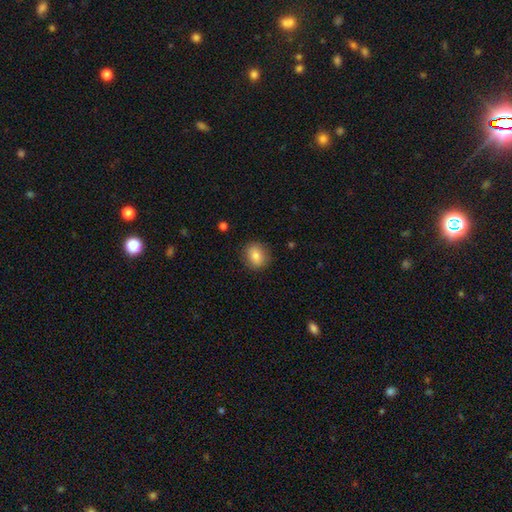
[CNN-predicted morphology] Smooth or featured?
  - smooth: 82% *
  - featured or disk: 9%
  - star or artifact: 9%
How rounded?
  - round: 71% *
  - in between: 28%
  - cigar-shaped: 1%
Merging?
  - none: 86% *
  - minor disturbance: 10%
  - major disturbance: 3%
  - merger: 1%